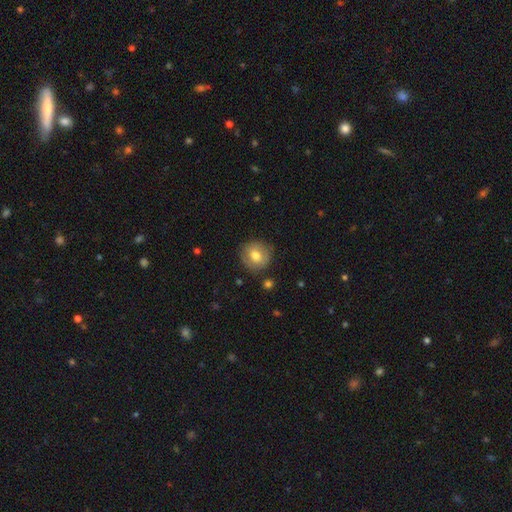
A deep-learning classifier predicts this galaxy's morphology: smooth 69%, featured or disk 23%, star or artifact 8%. Down the decision tree: how rounded — round (88%); merging — none (82%).